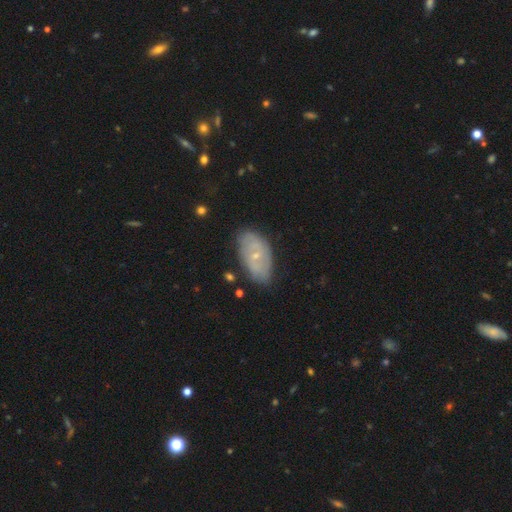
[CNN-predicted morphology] This is possibly a featured or disk galaxy (53%). It is clearly not viewed edge-on (92%). Merging: likely none (75%).